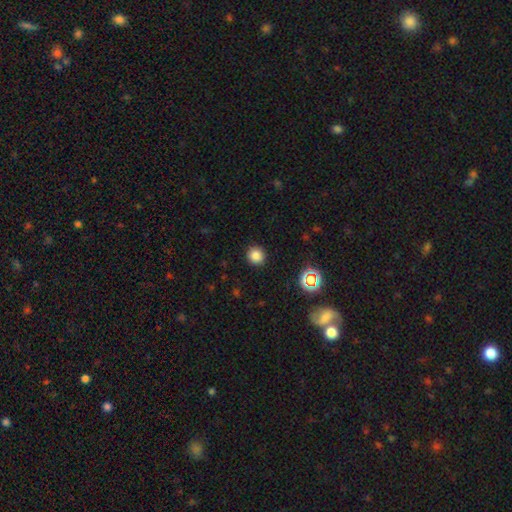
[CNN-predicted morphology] type=smooth (83%); roundness=round (89%); merging=none (91%).